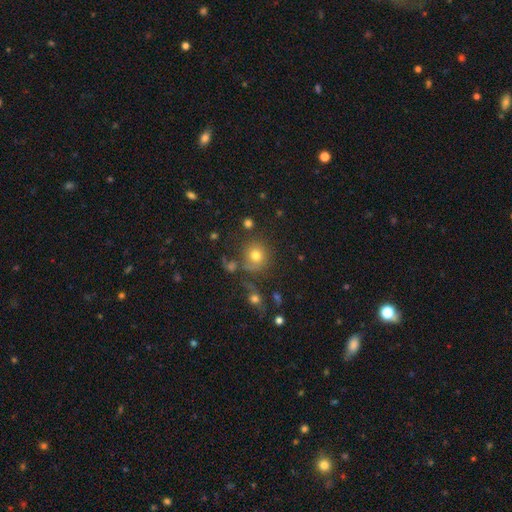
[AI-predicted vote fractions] This is likely a smooth galaxy (74%). How rounded: clearly round (86%). Merging: likely none (69%).